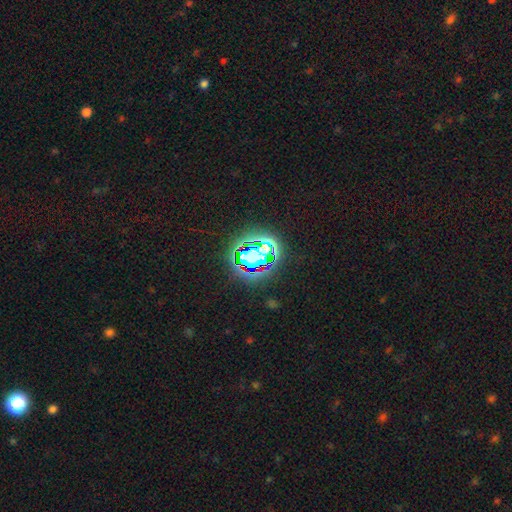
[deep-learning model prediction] This is likely a star or artifact rather than a galaxy (62%).